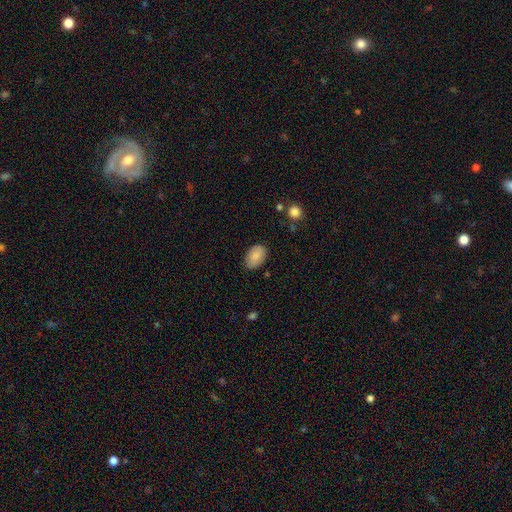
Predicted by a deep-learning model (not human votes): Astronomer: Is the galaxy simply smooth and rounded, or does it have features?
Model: smooth — 87%.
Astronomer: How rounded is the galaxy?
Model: in between — 88%.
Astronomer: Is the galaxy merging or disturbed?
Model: none — 78%.